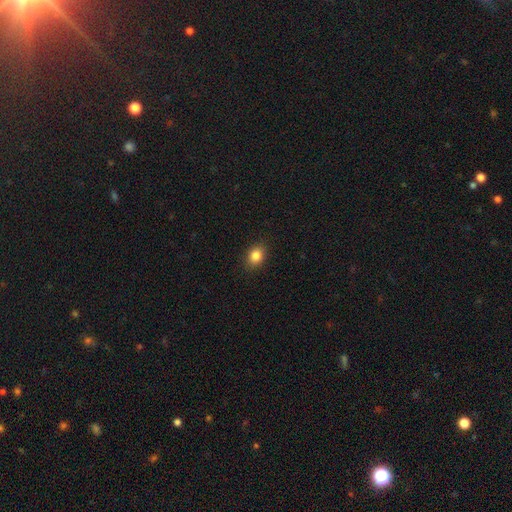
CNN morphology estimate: Overall: smooth (84%). How rounded: in between (57%; round 42%). Merging: none (88%).